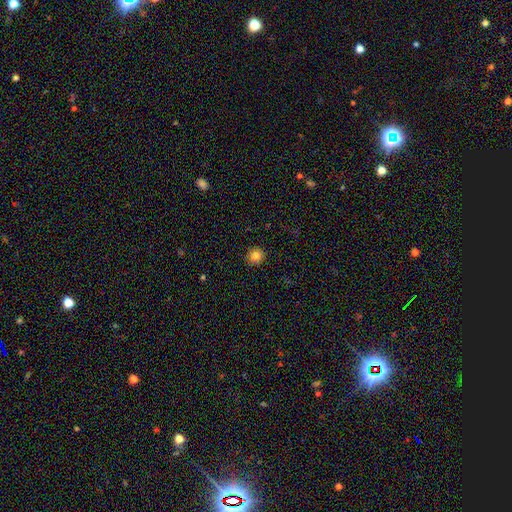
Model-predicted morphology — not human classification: The model was most divided on "smooth or featured": smooth: 83%, star or artifact: 11%, featured or disk: 6%. More confident: merging — none (91%); how rounded — round (90%).